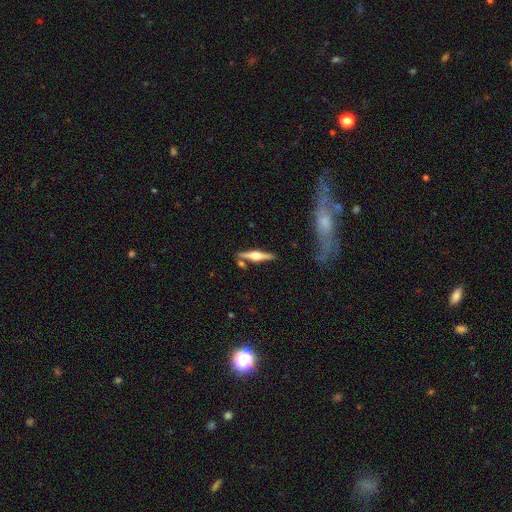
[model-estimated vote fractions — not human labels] Overall: featured or disk (74%). Edge-on disk: yes (97%). Edge-on bulge: rounded (95%). Merging: none (81%).